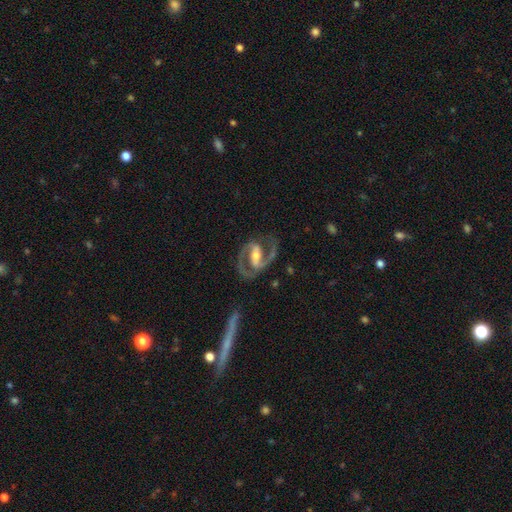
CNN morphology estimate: Smooth or featured? Predicted: featured or disk (p=0.92). Edge-on disk? Predicted: no (p=0.97). Bar? Predicted: strong (p=0.58). Spiral arms? Predicted: yes (p=0.97). Spiral winding? Predicted: medium (p=0.63). Spiral arm count? Predicted: 2 (p=0.93). Bulge size? Predicted: moderate (p=0.57). Merging? Predicted: none (p=0.76).